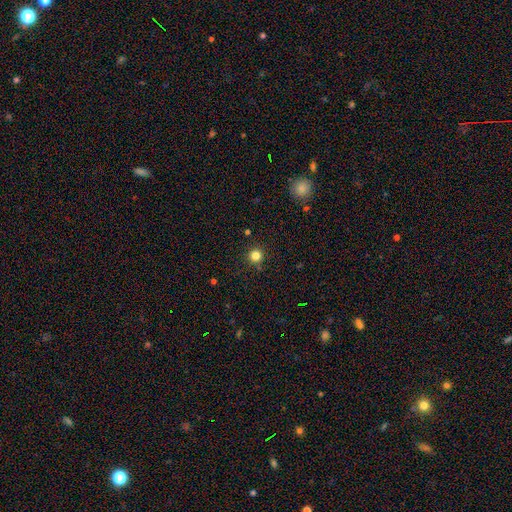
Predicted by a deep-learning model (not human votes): Smooth or featured: smooth — 82% (star or artifact — 14%)
How rounded: round — 95% (in between — 4%)
Merging: none — 90% (minor disturbance — 6%)